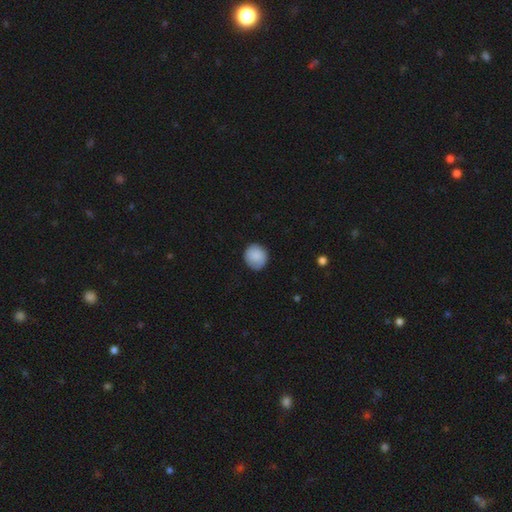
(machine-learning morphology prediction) This is clearly a smooth galaxy (88%). How rounded: clearly round (88%). Merging: clearly none (84%).